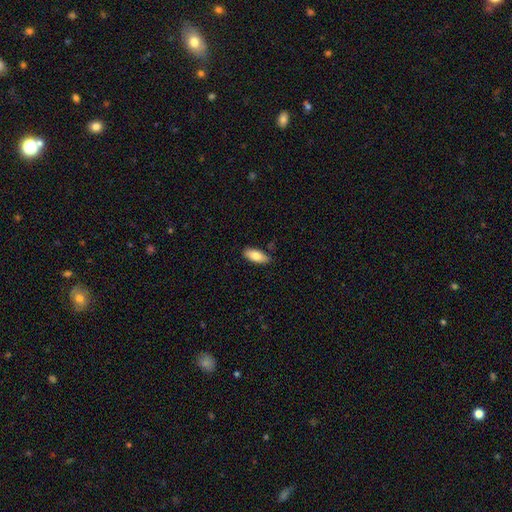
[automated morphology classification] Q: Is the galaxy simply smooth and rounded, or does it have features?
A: smooth — 81%.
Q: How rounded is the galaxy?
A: in between — 81%.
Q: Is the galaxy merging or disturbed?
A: none — 81%.